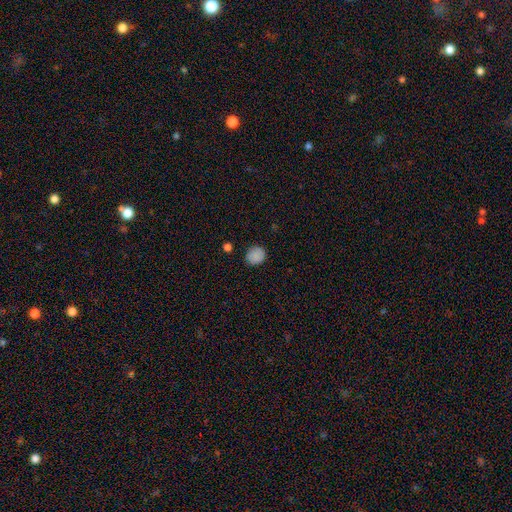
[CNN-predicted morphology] type=smooth (86%); roundness=round (79%); merging=none (85%).